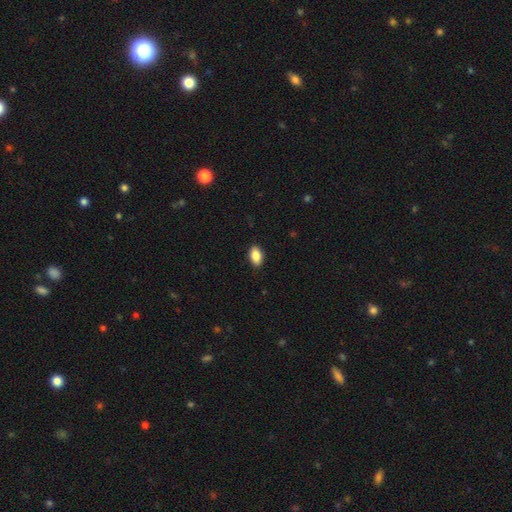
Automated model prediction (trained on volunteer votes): Morphology: type=smooth (87%); roundness=in between (91%); merging=none (88%).